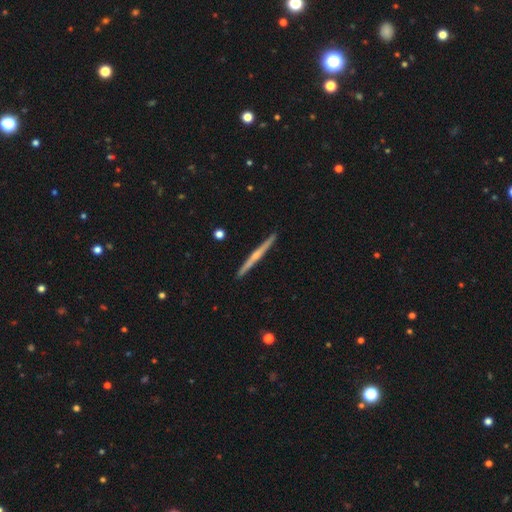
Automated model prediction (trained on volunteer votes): Morphology: type=featured or disk (72%); edge-on=yes (98%); edge-on bulge=rounded (63%); merging=none (92%).